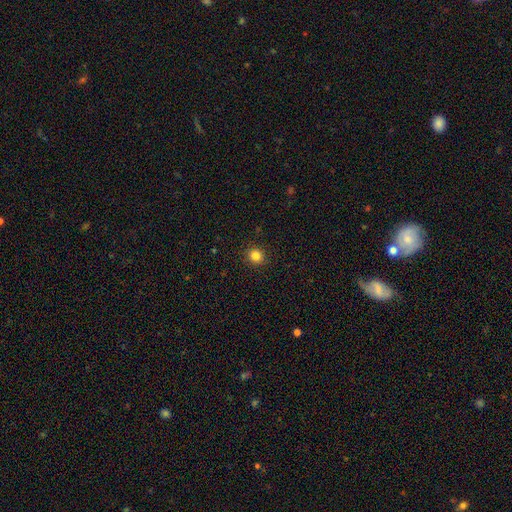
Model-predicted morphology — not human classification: This appears to be a smooth galaxy with no disk features (84%) that is round (90%). Merging: none (92%).